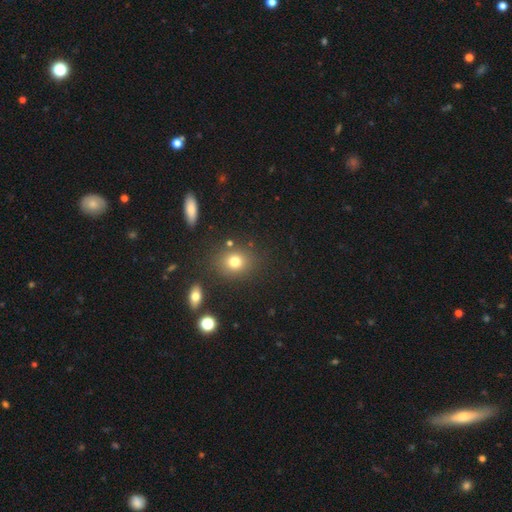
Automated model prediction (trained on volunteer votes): Q: Smooth or featured?
A: smooth (55%); runner-up: star or artifact (36%)
Q: How rounded?
A: round (80%); runner-up: in between (18%)
Q: Merging?
A: none (83%); runner-up: minor disturbance (8%)